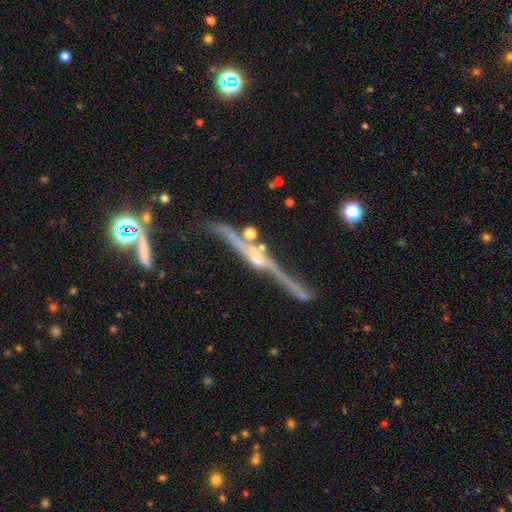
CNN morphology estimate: Smooth or featured? featured or disk (85%)
Edge-on disk? yes (85%)
Edge-on bulge? rounded (63%)
Merging? none (56%)